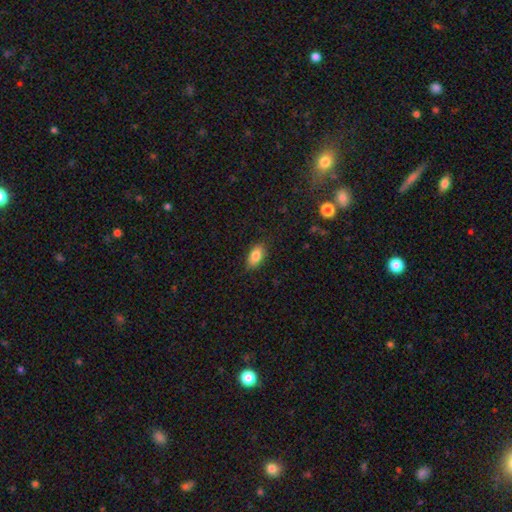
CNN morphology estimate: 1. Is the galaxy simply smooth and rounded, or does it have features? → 83% smooth, 9% featured or disk, 8% star or artifact.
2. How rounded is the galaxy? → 90% in between, 5% cigar-shaped, 5% round.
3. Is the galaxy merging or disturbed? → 85% none, 12% minor disturbance, 2% major disturbance, 1% merger.